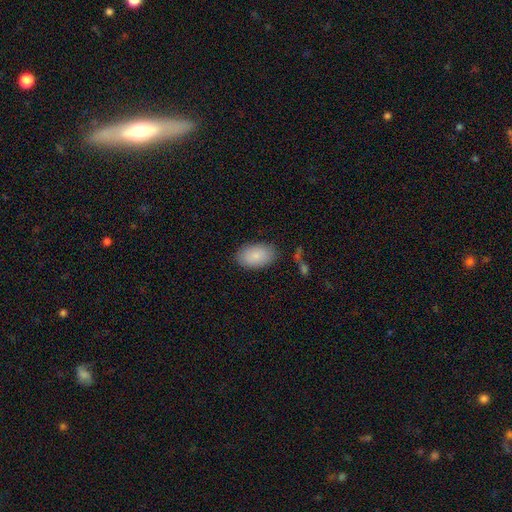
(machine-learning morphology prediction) smooth 87%, featured or disk 7%, star or artifact 6%. Down the decision tree: how rounded — in between (93%); merging — none (83%).